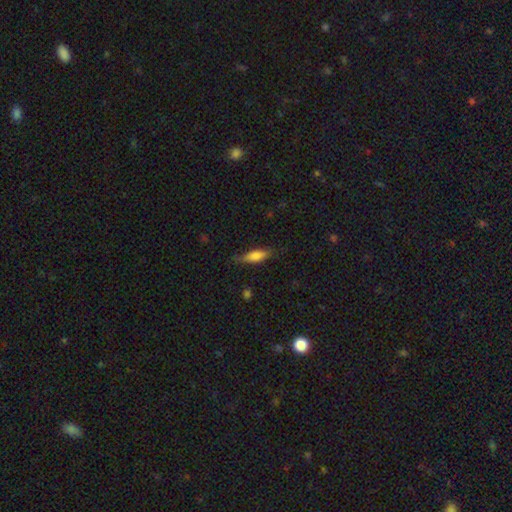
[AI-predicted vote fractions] Smooth or featured: smooth — 71% (featured or disk — 22%)
How rounded: cigar-shaped — 52% (in between — 46%)
Merging: none — 72% (minor disturbance — 21%)